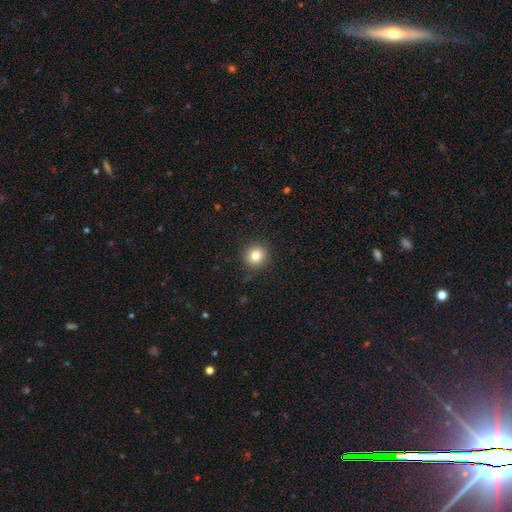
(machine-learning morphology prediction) This is clearly a smooth galaxy (81%). How rounded: clearly round (94%). Merging: clearly none (87%).